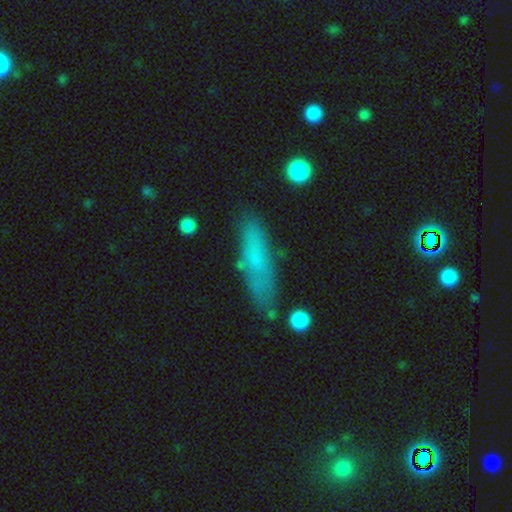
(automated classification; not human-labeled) Q: Smooth or featured?
A: smooth (68%); runner-up: featured or disk (22%)
Q: How rounded?
A: cigar-shaped (70%); runner-up: in between (27%)
Q: Merging?
A: none (74%); runner-up: minor disturbance (18%)